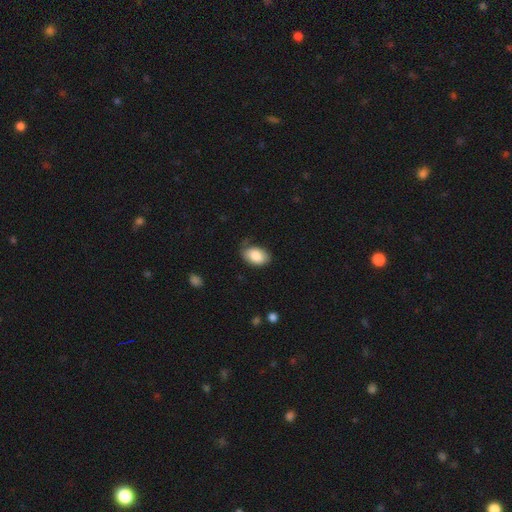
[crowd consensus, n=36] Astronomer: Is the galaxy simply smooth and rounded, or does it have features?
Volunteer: smooth — 86%.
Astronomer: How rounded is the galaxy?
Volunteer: in between — 90%.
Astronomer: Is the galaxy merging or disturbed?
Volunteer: none — 71%.